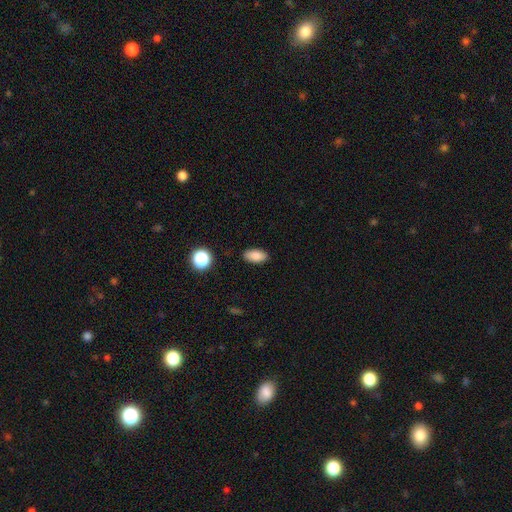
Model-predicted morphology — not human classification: Smooth or featured: smooth — 86% (star or artifact — 9%)
How rounded: in between — 91% (round — 5%)
Merging: none — 87% (minor disturbance — 9%)